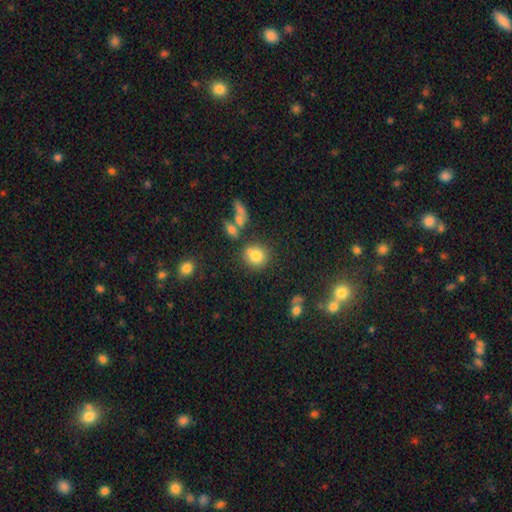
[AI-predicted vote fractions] smooth-or-featured: smooth: 77% | star or artifact: 12% | featured or disk: 11%
  how-rounded: round: 77% | in between: 22% | cigar-shaped: 1%
  merging: none: 63% | merger: 18% | minor disturbance: 14% | major disturbance: 5%